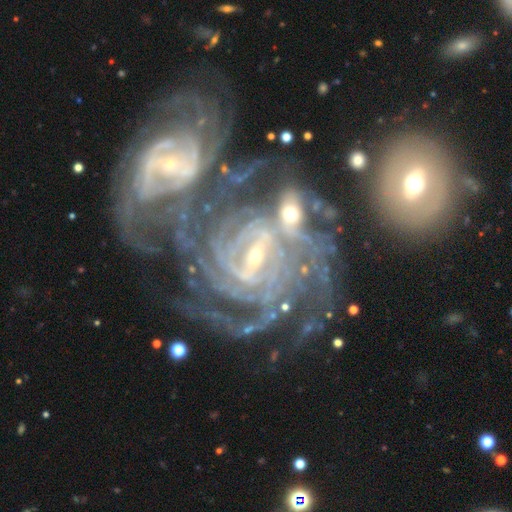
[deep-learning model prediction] Smooth or featured: featured or disk — 90% (star or artifact — 6%)
Edge-on disk: no — 97% (yes — 3%)
Bar: weak — 41% (strong — 39%)
Spiral arms: yes — 98% (no — 2%)
Spiral winding: tight — 72% (medium — 24%)
Spiral arm count: 4 — 28% (can't tell — 20%)
Bulge size: small — 67% (moderate — 26%)
Merging: merger — 47% (none — 30%)